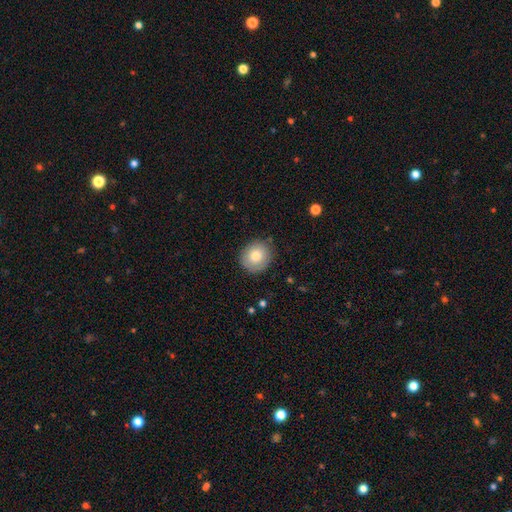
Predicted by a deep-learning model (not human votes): Smooth or featured? Predicted: smooth (p=0.80). How rounded? Predicted: round (p=0.82). Merging? Predicted: none (p=0.85).